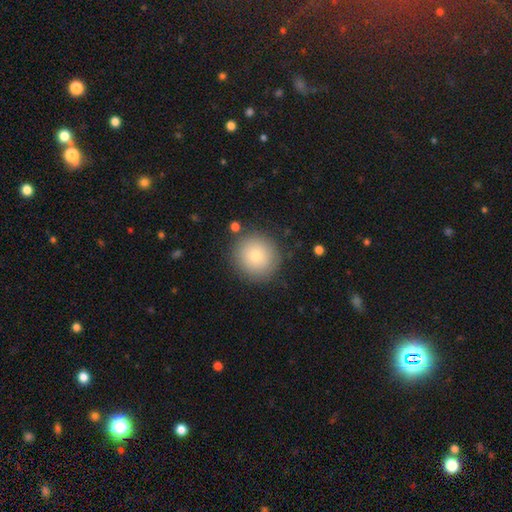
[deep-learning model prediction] This is likely a smooth galaxy (77%). How rounded: clearly round (94%). Merging: clearly none (88%).